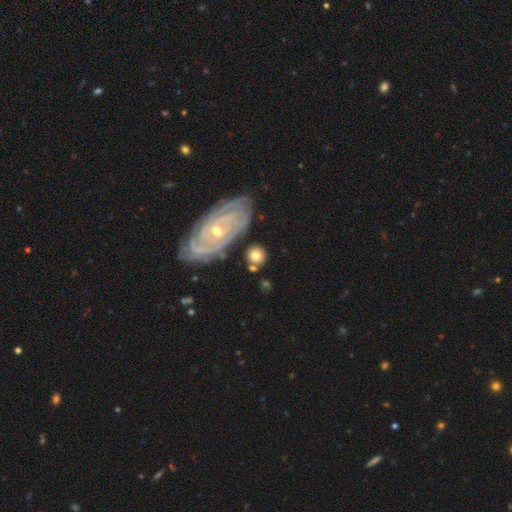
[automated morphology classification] A smooth galaxy with no disk features (60%) that is round (74%).

Vote fractions:
- Smooth or featured? smooth: 60% / featured or disk: 32% / star or artifact: 7%
- How rounded? round: 74% / in between: 24% / cigar-shaped: 2%
- Merging? none: 75% / minor disturbance: 12% / merger: 8% / major disturbance: 4%